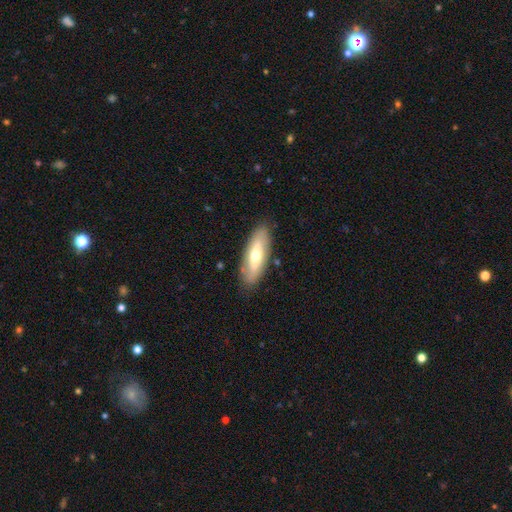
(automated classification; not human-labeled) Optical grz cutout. It shows a smooth galaxy with no disk features (53%) that is in between round and cigar-shaped (66%). Merging: none (84%).